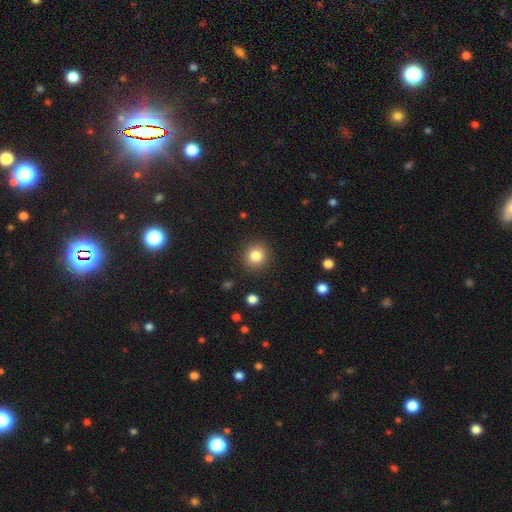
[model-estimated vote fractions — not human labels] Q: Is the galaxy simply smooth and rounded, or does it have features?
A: smooth — 84%.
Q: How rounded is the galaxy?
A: round — 89%.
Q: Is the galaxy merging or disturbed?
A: none — 90%.